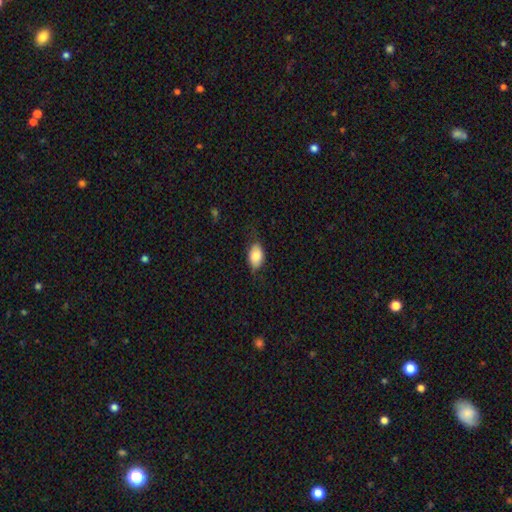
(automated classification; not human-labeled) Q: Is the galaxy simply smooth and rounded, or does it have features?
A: smooth — 78%.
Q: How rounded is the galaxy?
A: in between — 88%.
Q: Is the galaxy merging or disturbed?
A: none — 68%.